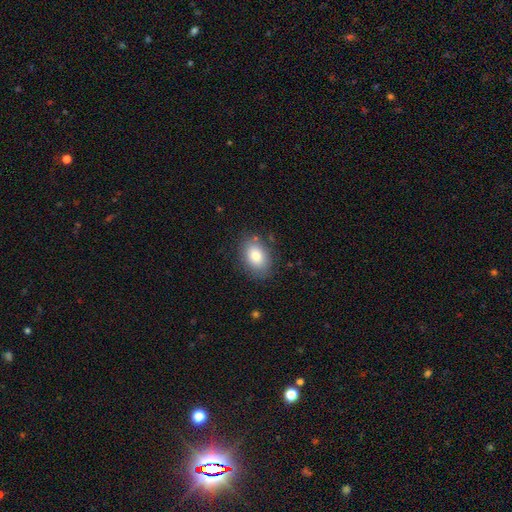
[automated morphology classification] smooth 82%, featured or disk 10%, star or artifact 8%. Down the decision tree: how rounded — in between (79%); merging — none (82%).